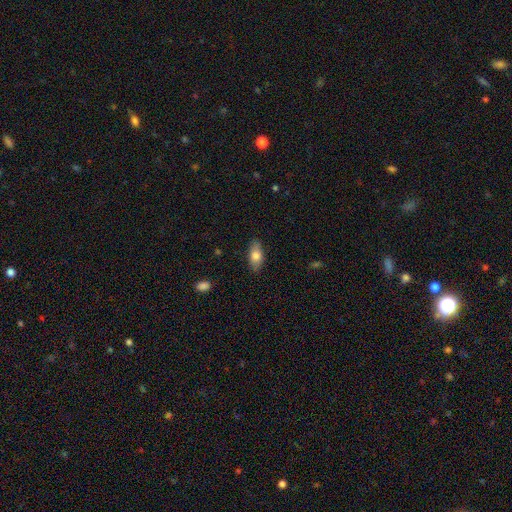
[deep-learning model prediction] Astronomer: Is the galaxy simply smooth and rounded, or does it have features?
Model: smooth — 74%.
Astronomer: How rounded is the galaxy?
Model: in between — 83%.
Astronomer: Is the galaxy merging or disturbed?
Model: none — 85%.